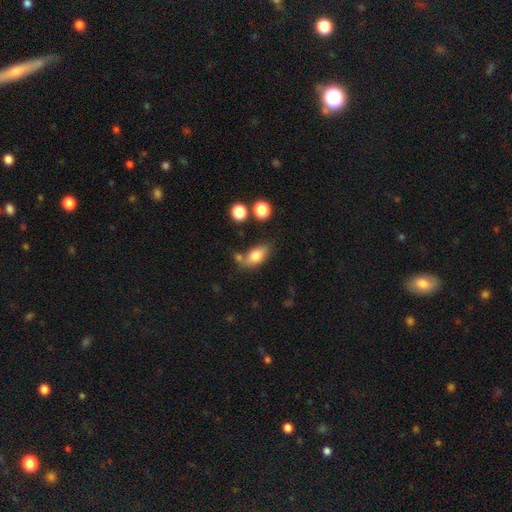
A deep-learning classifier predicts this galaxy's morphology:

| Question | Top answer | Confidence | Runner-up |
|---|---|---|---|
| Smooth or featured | smooth | 76% | featured or disk (15%) |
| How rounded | in between | 85% | round (9%) |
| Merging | none | 53% | minor disturbance (21%) |